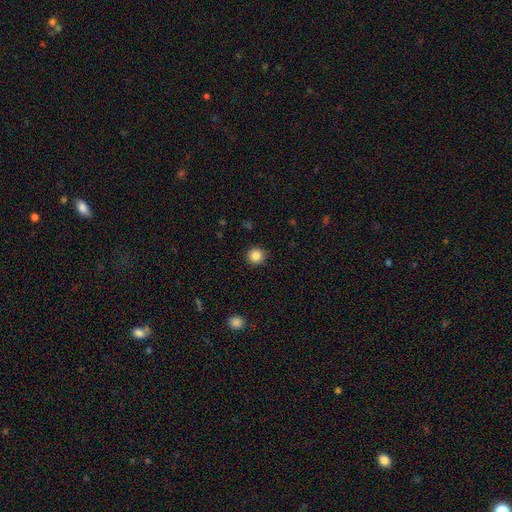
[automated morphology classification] smooth-or-featured: smooth: 85% | star or artifact: 10% | featured or disk: 4%
  how-rounded: round: 95% | in between: 4% | cigar-shaped: 1%
  merging: none: 92% | minor disturbance: 5% | major disturbance: 2% | merger: 1%